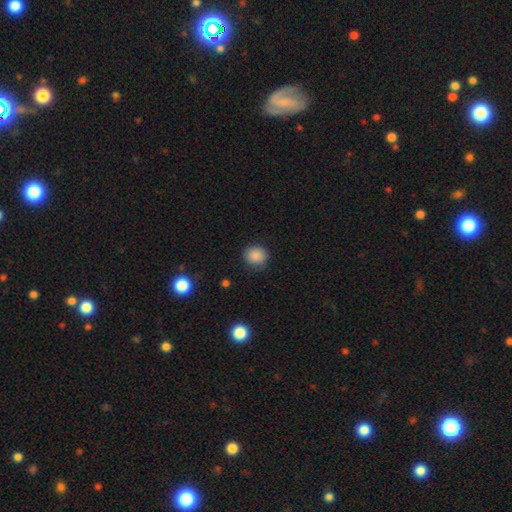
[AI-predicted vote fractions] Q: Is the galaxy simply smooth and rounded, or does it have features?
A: smooth — 86%.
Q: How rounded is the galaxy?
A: round — 83%.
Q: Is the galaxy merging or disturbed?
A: none — 83%.